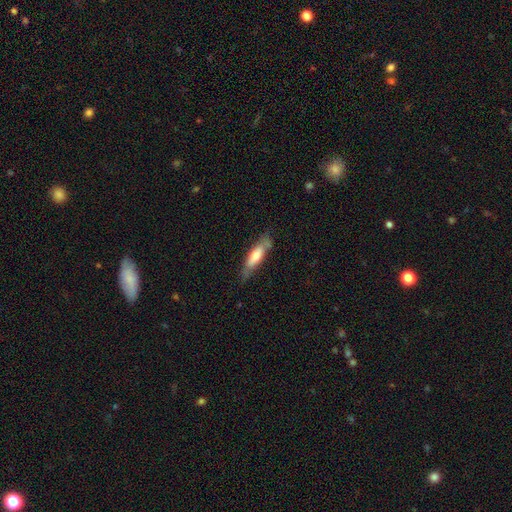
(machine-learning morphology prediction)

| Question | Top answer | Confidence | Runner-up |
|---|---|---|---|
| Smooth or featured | smooth | 58% | featured or disk (36%) |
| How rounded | cigar-shaped | 58% | in between (41%) |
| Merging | none | 64% | minor disturbance (25%) |